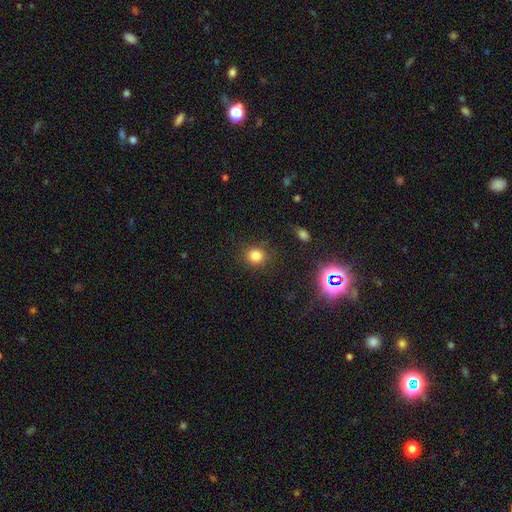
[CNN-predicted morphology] smooth 81%, star or artifact 14%, featured or disk 6%. Down the decision tree: how rounded — round (84%); merging — none (86%).